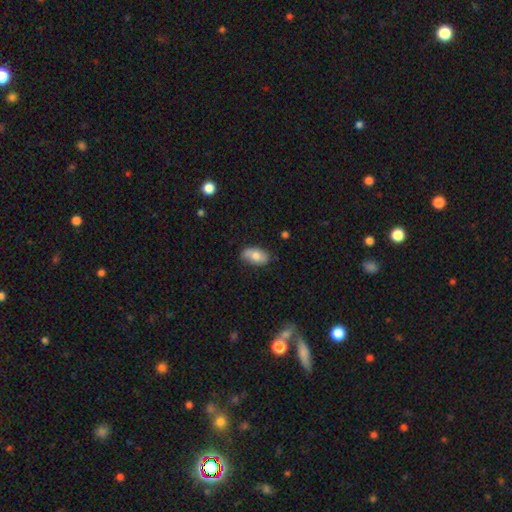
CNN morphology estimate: A smooth galaxy with no disk features (66%) that is in between round and cigar-shaped (92%).

Vote fractions:
- Smooth or featured? smooth: 66% / featured or disk: 26% / star or artifact: 7%
- How rounded? in between: 92% / round: 6% / cigar-shaped: 2%
- Merging? none: 72% / minor disturbance: 22% / major disturbance: 4% / merger: 2%